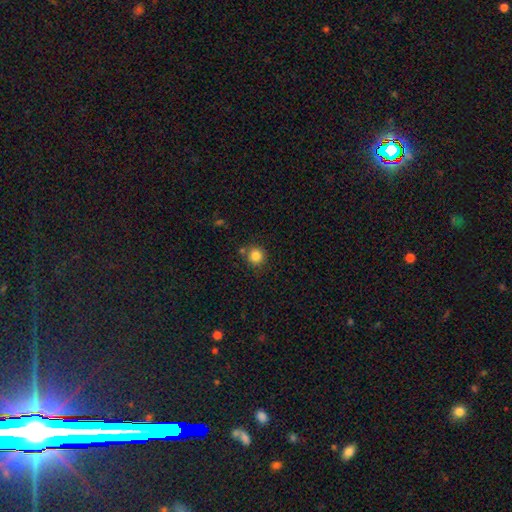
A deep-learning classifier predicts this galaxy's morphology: Smooth or featured? Predicted: smooth (p=0.84). How rounded? Predicted: round (p=0.92). Merging? Predicted: none (p=0.77).